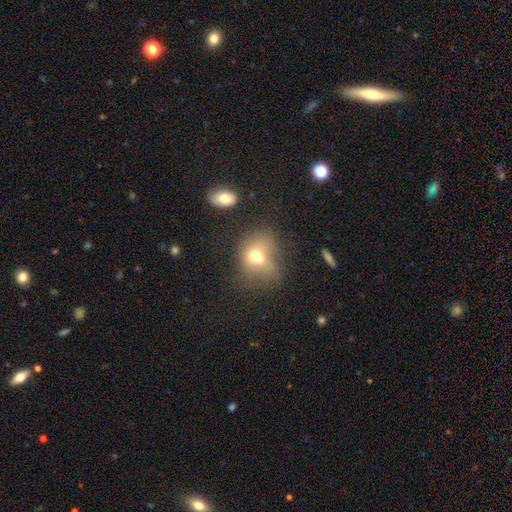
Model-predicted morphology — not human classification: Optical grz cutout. It shows a smooth galaxy with no disk features (64%) that is round (55%). Merging: merger (40%).